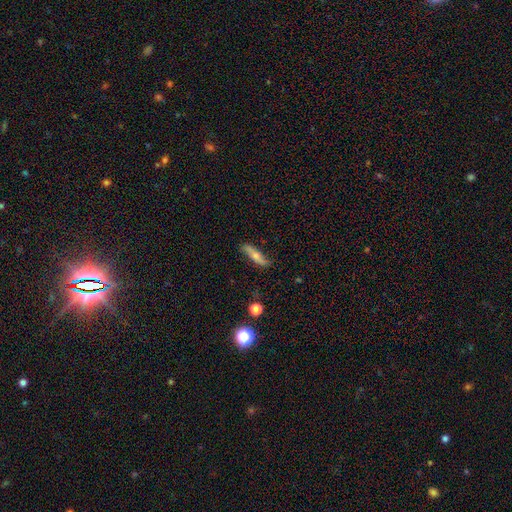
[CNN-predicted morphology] Smooth or featured? featured or disk (55%)
Edge-on disk? no (51%)
Merging? none (75%)